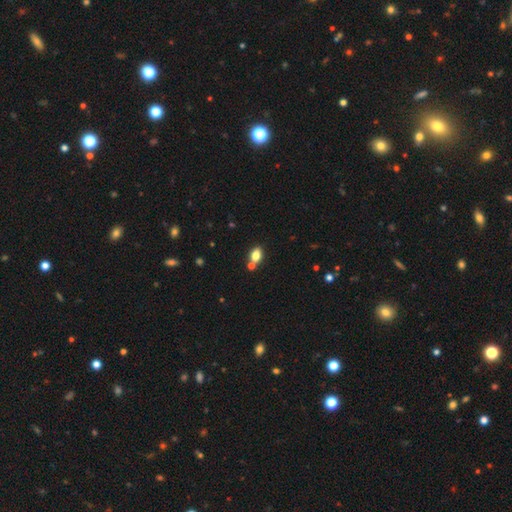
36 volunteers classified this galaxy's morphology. smooth_or_featured: smooth (p=0.92) [alt: star or artifact p=0.06]
how_rounded: in between (p=0.73) [alt: round p=0.24]
merging: none (p=0.88) [alt: minor disturbance p=0.09]